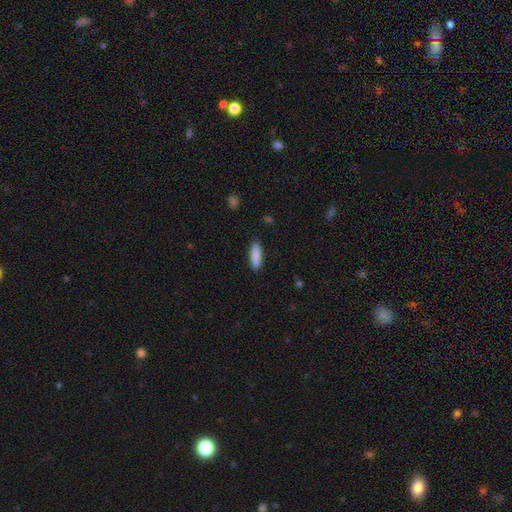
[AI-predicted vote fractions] Overall: smooth (88%). How rounded: cigar-shaped (50%; in between 49%). Merging: none (88%).